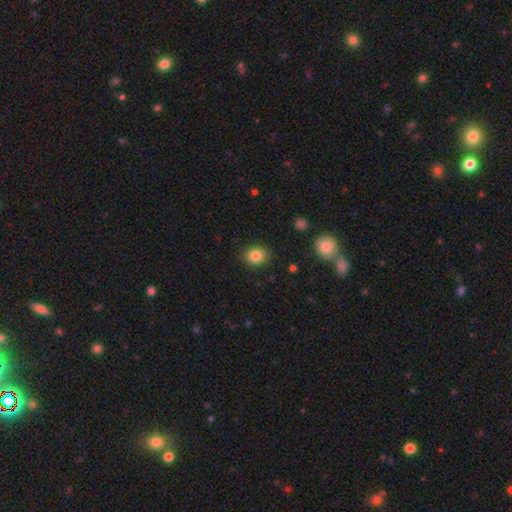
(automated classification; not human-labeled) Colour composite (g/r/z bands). It shows a smooth galaxy with no disk features (83%) that is round (65%). Merging: none (88%).